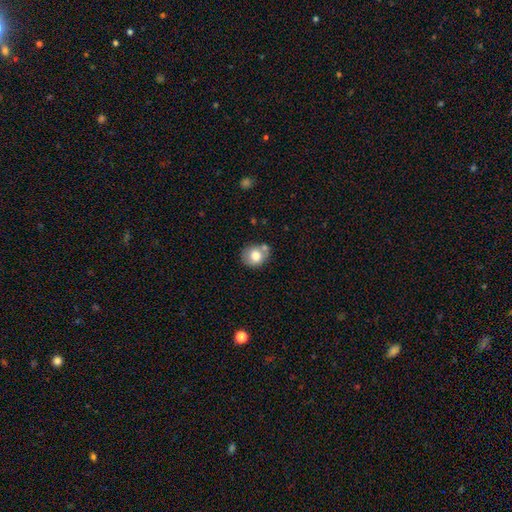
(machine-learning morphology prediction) smooth_or_featured: smooth (p=0.75) [alt: featured or disk p=0.16]
how_rounded: round (p=0.67) [alt: in between p=0.32]
merging: none (p=0.58) [alt: minor disturbance p=0.18]